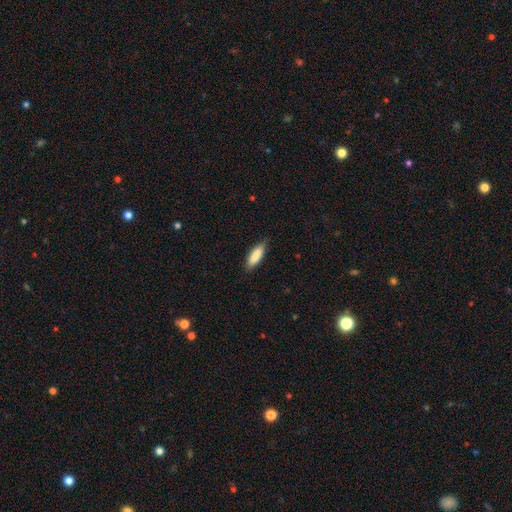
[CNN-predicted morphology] Smooth or featured?
  - smooth: 86% *
  - featured or disk: 8%
  - star or artifact: 6%
How rounded?
  - in between: 51% *
  - cigar-shaped: 48%
  - round: 1%
Merging?
  - none: 84% *
  - minor disturbance: 13%
  - major disturbance: 2%
  - merger: 1%